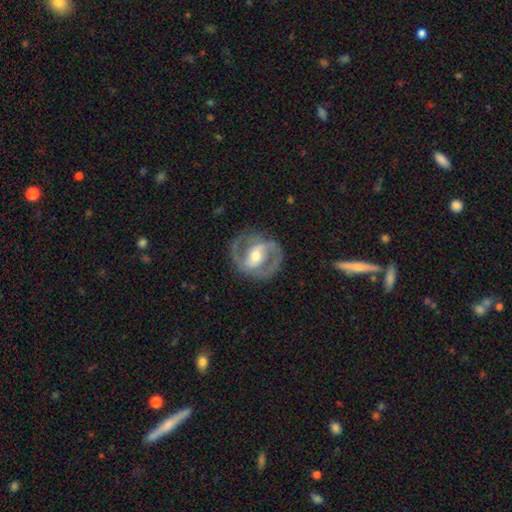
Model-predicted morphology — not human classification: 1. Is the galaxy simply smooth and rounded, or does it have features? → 84% featured or disk, 11% smooth, 5% star or artifact.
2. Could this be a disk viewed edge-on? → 96% no, 4% yes.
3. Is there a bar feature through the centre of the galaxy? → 42% strong, 36% weak, 23% no.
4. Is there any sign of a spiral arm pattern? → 87% yes, 13% no.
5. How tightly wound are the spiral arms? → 54% medium, 27% tight, 20% loose.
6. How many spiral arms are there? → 89% 2, 5% can't tell, 2% 1, 1% 3, 1% 4, 1% more than 4.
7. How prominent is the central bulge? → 64% moderate, 28% small, 6% large, 1% none, 1% dominant.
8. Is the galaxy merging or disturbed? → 79% none, 12% minor disturbance, 7% major disturbance, 1% merger.